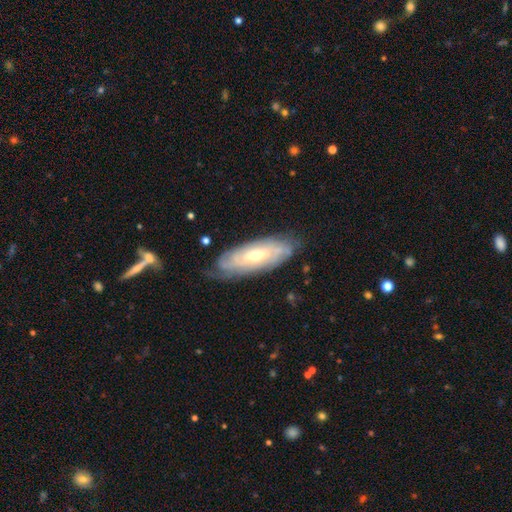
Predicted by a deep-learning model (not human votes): Overall: featured or disk (78%). Edge-on disk: no (84%). Bar: no (53%; weak 36%). Spiral arms: yes (91%). Spiral arm count: can't tell (58%). Spiral winding: tight (74%). Bulge size: moderate (51%; small 45%). Merging: none (76%).